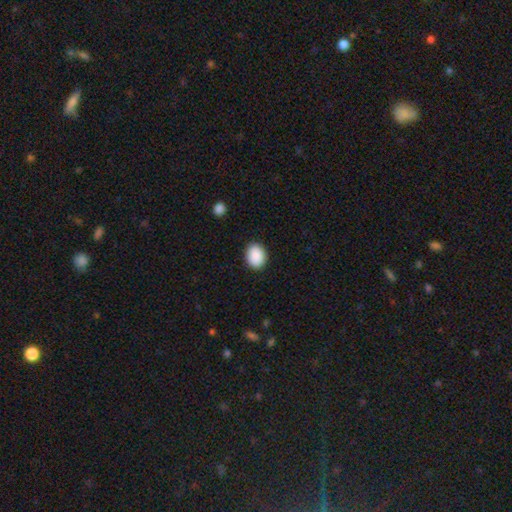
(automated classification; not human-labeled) This appears to be a smooth galaxy with no disk features (91%) that is in between round and cigar-shaped (66%). Merging: none (89%).